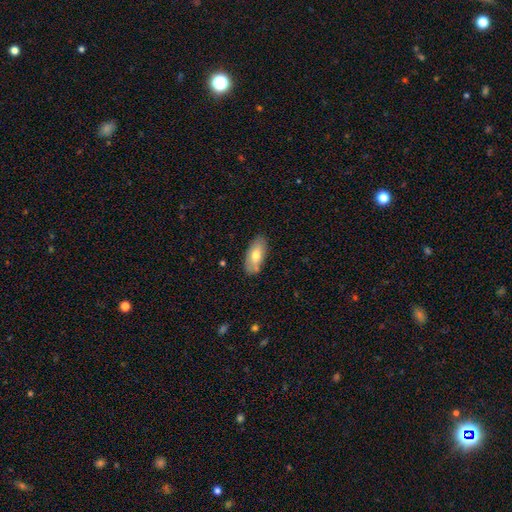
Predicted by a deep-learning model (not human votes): Smooth or featured?
  - smooth: 70% *
  - featured or disk: 24%
  - star or artifact: 6%
How rounded?
  - in between: 90% *
  - cigar-shaped: 8%
  - round: 3%
Merging?
  - none: 81% *
  - minor disturbance: 14%
  - merger: 3%
  - major disturbance: 3%